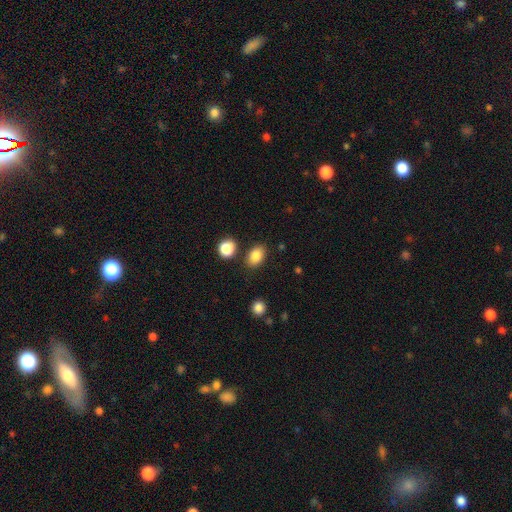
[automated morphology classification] Smooth or featured?
  - smooth: 86% *
  - star or artifact: 9%
  - featured or disk: 5%
How rounded?
  - in between: 82% *
  - round: 16%
  - cigar-shaped: 1%
Merging?
  - none: 81% *
  - minor disturbance: 10%
  - merger: 6%
  - major disturbance: 3%